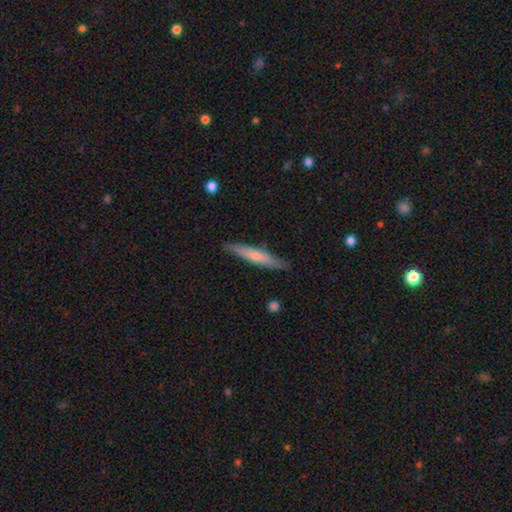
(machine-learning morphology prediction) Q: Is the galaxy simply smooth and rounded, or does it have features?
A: smooth — 59%.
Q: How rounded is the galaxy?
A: cigar-shaped — 93%.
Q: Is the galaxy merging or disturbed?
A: none — 88%.